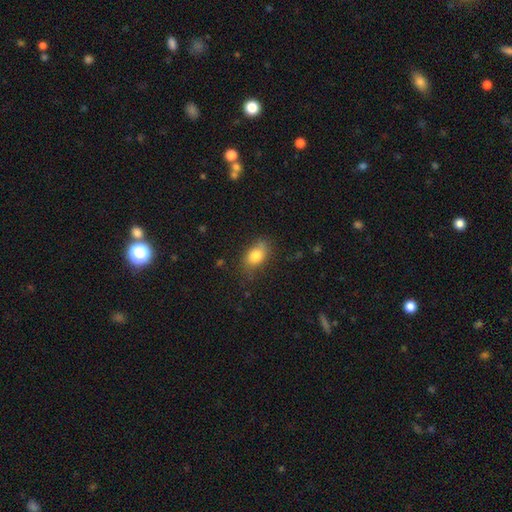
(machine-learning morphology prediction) A smooth galaxy with no disk features (80%) that is in between round and cigar-shaped (83%). Merging: none (72%).